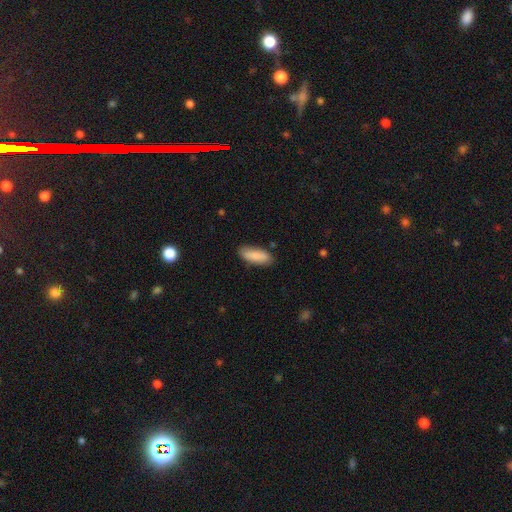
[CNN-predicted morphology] Overall: smooth (86%). How rounded: in between (66%; cigar-shaped 33%). Merging: none (85%).